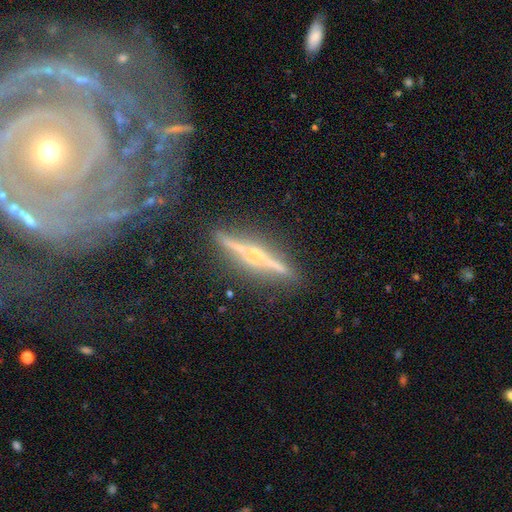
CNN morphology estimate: type=featured or disk (82%); edge-on=yes (97%); edge-on bulge=rounded (72%); merging=none (85%).